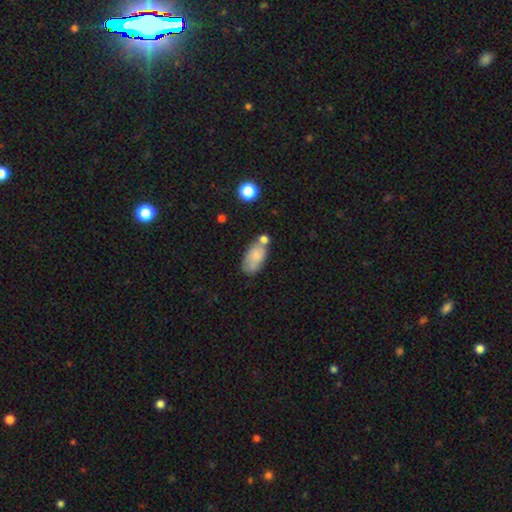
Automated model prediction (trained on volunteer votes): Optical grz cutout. It shows a smooth galaxy with no disk features (74%) that is in between round and cigar-shaped (91%). Merging: none (49%).